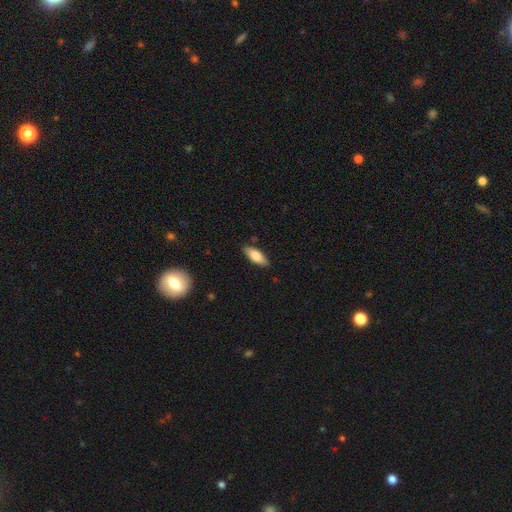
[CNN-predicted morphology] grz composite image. It shows a smooth galaxy with no disk features (74%) that is in between round and cigar-shaped (70%). Merging: none (86%).